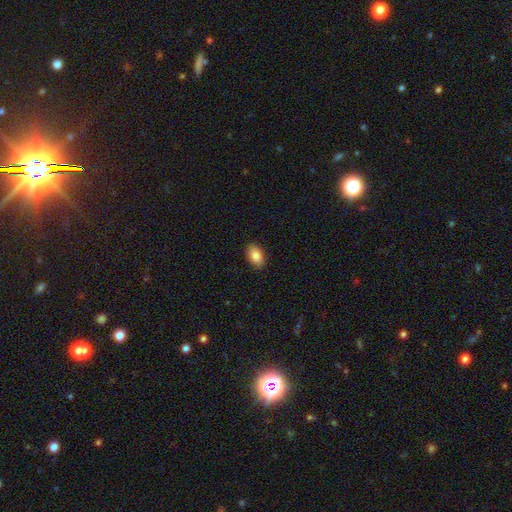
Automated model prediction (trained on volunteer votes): Smooth or featured: smooth — 85% (star or artifact — 7%)
How rounded: in between — 91% (round — 8%)
Merging: none — 89% (minor disturbance — 8%)